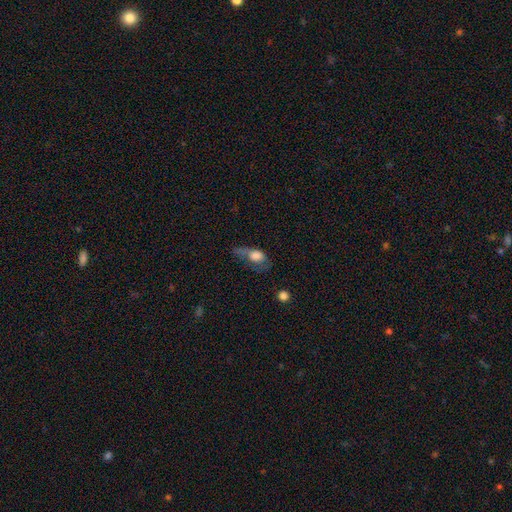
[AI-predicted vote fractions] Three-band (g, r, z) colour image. It shows a smooth galaxy with no disk features (63%) that is in between round and cigar-shaped (72%). Merging: major disturbance (51%).